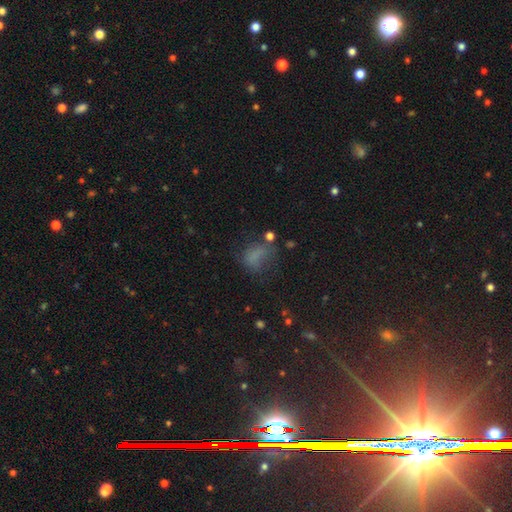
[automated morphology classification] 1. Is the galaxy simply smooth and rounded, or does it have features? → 62% smooth, 21% star or artifact, 17% featured or disk.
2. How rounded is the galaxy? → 65% in between, 32% round, 3% cigar-shaped.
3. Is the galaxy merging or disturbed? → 39% none, 29% major disturbance, 25% minor disturbance, 6% merger.